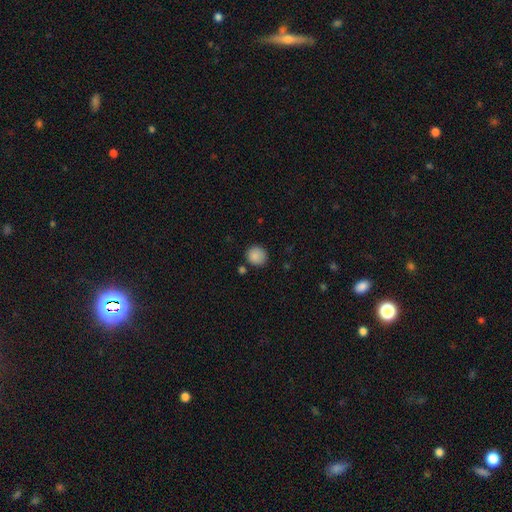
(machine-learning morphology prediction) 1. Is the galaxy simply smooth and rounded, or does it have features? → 87% smooth, 9% star or artifact, 4% featured or disk.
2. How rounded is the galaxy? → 87% round, 13% in between, 1% cigar-shaped.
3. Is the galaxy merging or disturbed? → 80% none, 12% minor disturbance, 5% merger, 3% major disturbance.